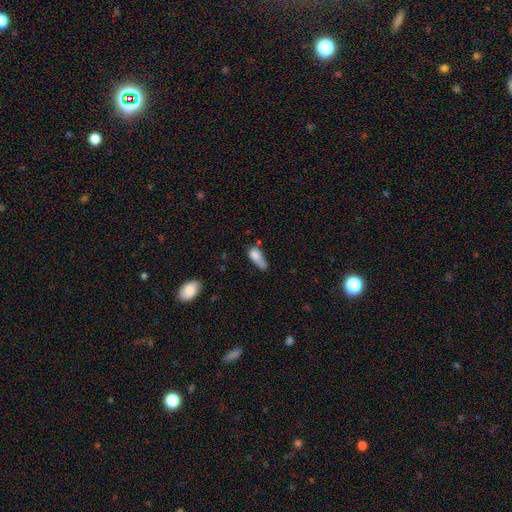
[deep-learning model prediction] smooth 78%, featured or disk 13%, star or artifact 9%. Down the decision tree: how rounded — in between (76%); merging — minor disturbance (36%).